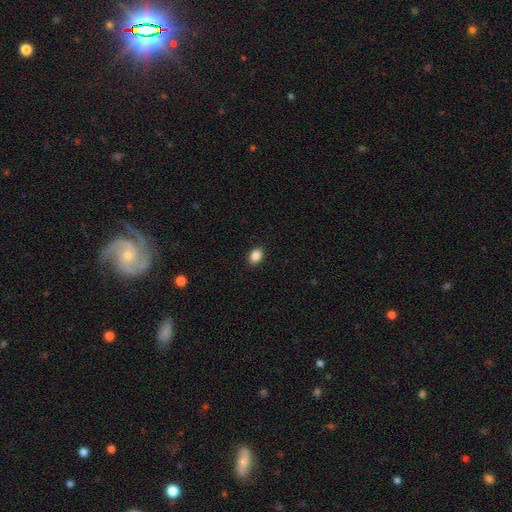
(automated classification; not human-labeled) Smooth or featured? smooth (88%)
How rounded? in between (77%)
Merging? none (90%)